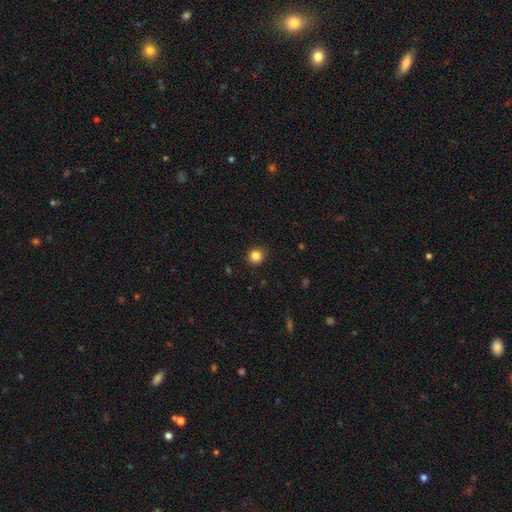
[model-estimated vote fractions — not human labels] Smooth or featured? Predicted: smooth (p=0.84). How rounded? Predicted: round (p=0.92). Merging? Predicted: none (p=0.91).